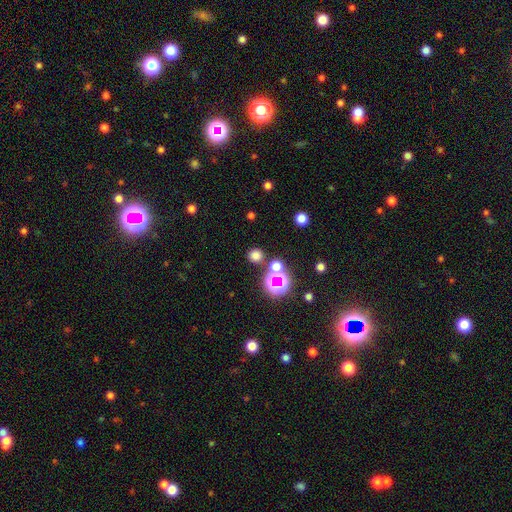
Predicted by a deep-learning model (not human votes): A smooth galaxy with no disk features (70%) that is round (90%).

Vote fractions:
- Smooth or featured? smooth: 70% / star or artifact: 25% / featured or disk: 6%
- How rounded? round: 90% / in between: 9% / cigar-shaped: 1%
- Merging? none: 82% / merger: 8% / minor disturbance: 7% / major disturbance: 3%